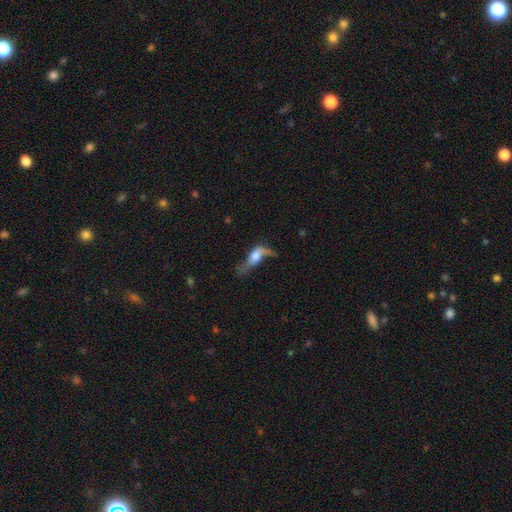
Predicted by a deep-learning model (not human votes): Morphology: type=featured or disk (53%); edge-on=no (74%); merging=major disturbance (41%).